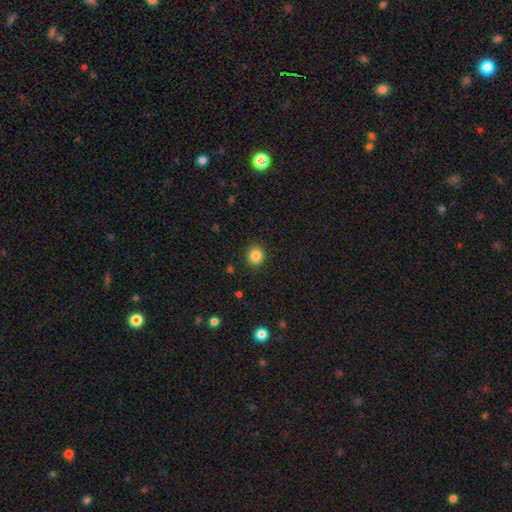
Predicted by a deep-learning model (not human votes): Smooth or featured?
  - smooth: 86% *
  - star or artifact: 10%
  - featured or disk: 4%
How rounded?
  - round: 80% *
  - in between: 19%
  - cigar-shaped: 1%
Merging?
  - none: 90% *
  - minor disturbance: 7%
  - major disturbance: 2%
  - merger: 1%